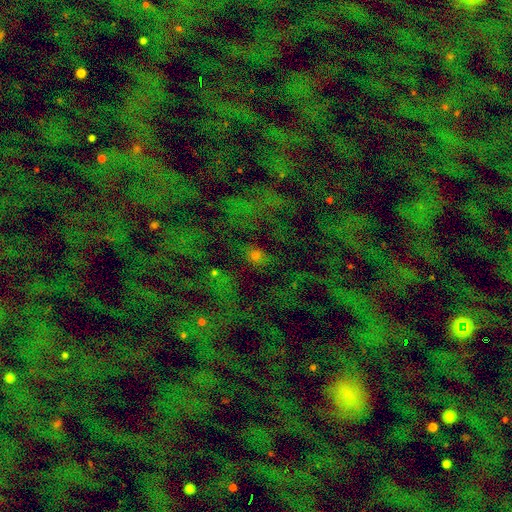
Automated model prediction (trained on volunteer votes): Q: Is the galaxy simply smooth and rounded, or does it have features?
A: star or artifact — 47%.